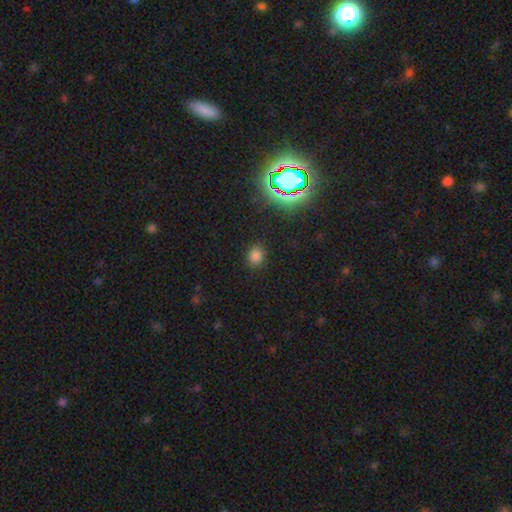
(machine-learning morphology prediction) type=smooth (76%); roundness=round (60%); merging=none (87%).